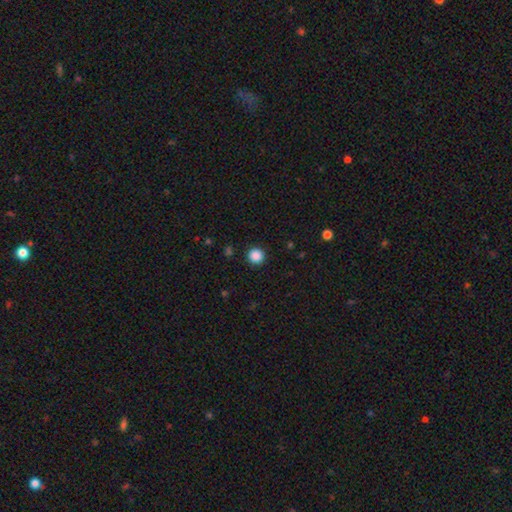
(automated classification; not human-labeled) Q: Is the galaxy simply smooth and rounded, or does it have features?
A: smooth — 87%.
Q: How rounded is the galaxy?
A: round — 94%.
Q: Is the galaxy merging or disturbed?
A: none — 92%.